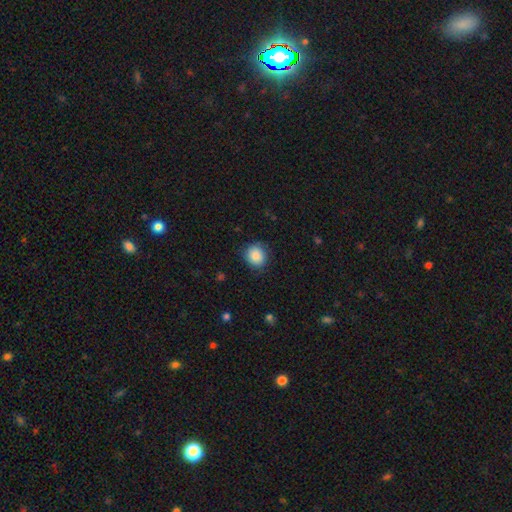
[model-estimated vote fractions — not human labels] Smooth or featured? Predicted: smooth (p=0.88). How rounded? Predicted: round (p=0.81). Merging? Predicted: none (p=0.82).